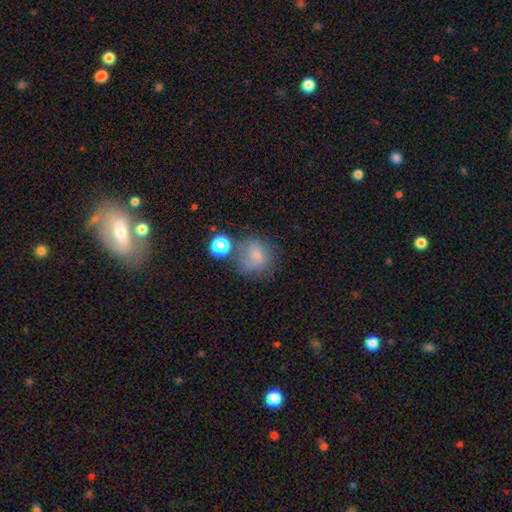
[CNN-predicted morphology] This appears to be a smooth galaxy with no disk features (69%) that is round (81%). Merging: none (52%).